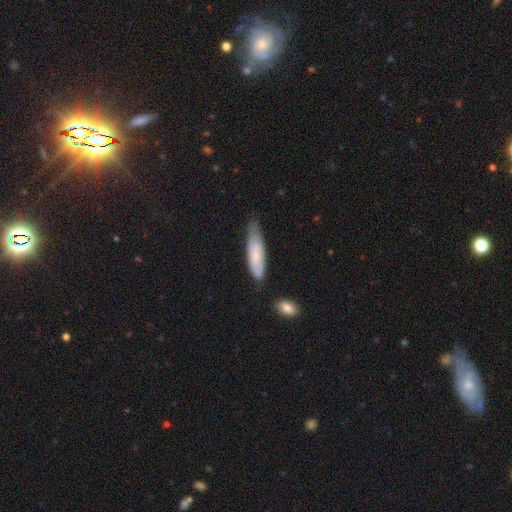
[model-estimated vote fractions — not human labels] smooth-or-featured: smooth: 68% | featured or disk: 26% | star or artifact: 6%
  how-rounded: cigar-shaped: 65% | in between: 33% | round: 1%
  merging: none: 52% | minor disturbance: 35% | major disturbance: 8% | merger: 5%